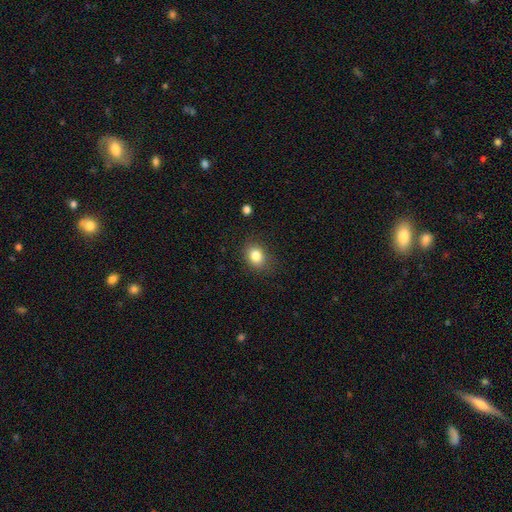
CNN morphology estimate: Smooth or featured?
  - smooth: 83% *
  - star or artifact: 10%
  - featured or disk: 7%
How rounded?
  - in between: 53% *
  - round: 46%
  - cigar-shaped: 1%
Merging?
  - none: 81% *
  - minor disturbance: 14%
  - major disturbance: 4%
  - merger: 1%